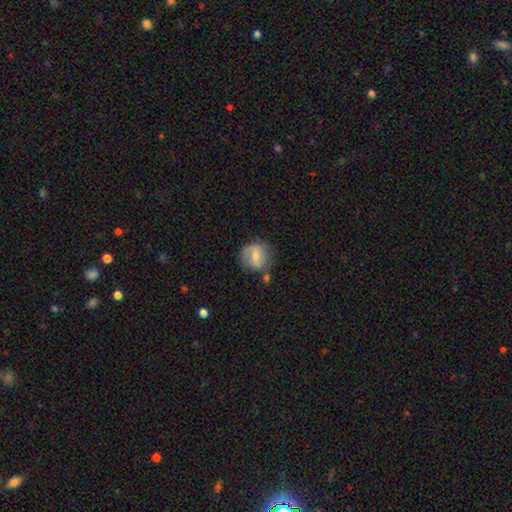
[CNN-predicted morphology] type=featured or disk (50%); merging=none (63%).